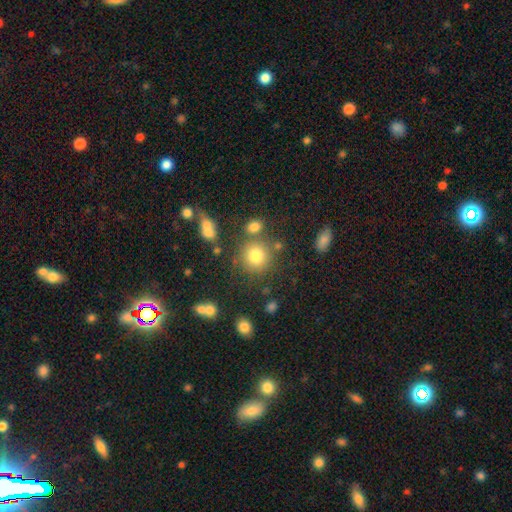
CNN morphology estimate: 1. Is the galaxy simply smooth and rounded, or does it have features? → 77% smooth, 14% star or artifact, 9% featured or disk.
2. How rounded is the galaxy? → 89% round, 10% in between, 1% cigar-shaped.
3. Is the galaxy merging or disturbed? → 74% none, 11% minor disturbance, 10% merger, 5% major disturbance.